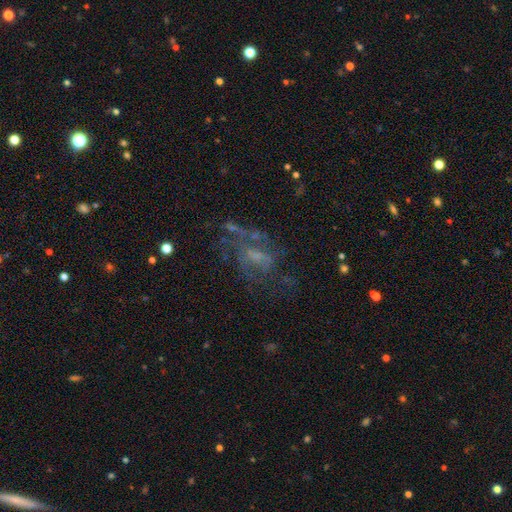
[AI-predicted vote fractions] featured or disk 62%, smooth 19%, star or artifact 19%. Down the decision tree: edge-on disk — no (96%); bar — no (54%); spiral arms — yes (57%); bulge size — small (38%); merging — none (43%).